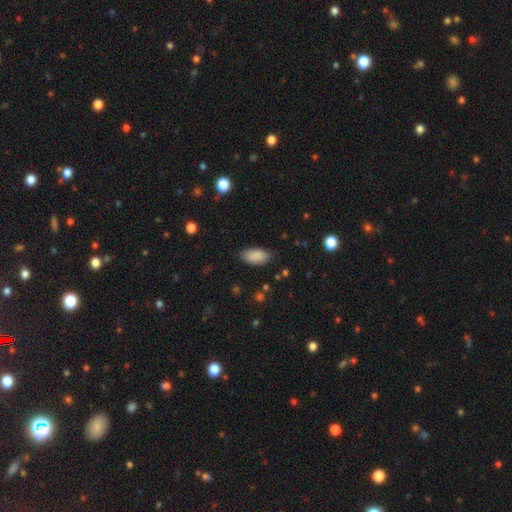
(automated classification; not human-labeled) smooth 88%, star or artifact 7%, featured or disk 4%. Down the decision tree: how rounded — in between (93%); merging — none (82%).